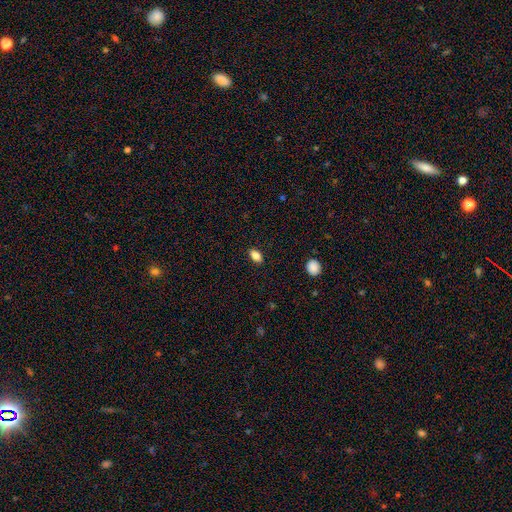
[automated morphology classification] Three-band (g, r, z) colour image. It shows a smooth galaxy with no disk features (84%) that is in between round and cigar-shaped (87%). Merging: none (88%).